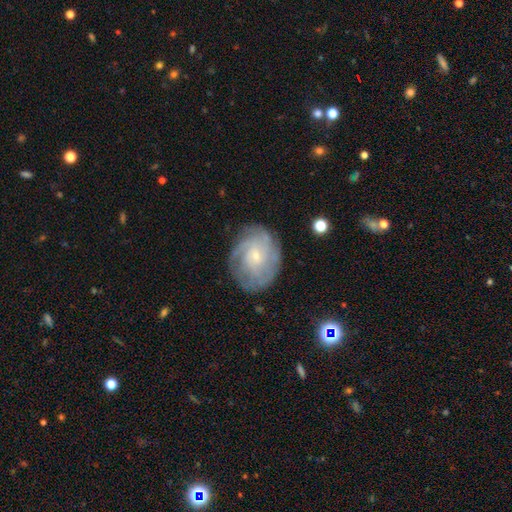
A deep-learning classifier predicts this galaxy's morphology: smooth-or-featured: featured or disk: 74% | smooth: 17% | star or artifact: 8%
  disk-edge-on: no: 97% | yes: 3%
    bar: no: 73% | weak: 23% | strong: 4%
    has-spiral-arms: yes: 91% | no: 9%
      spiral-winding: tight: 63% | medium: 29% | loose: 9%
      spiral-arm-count: can't tell: 42% | 3: 17% | 4: 16% | 2: 13% | more than 4: 7% | 1: 6%
    bulge-size: small: 79% | moderate: 17% | none: 2% | large: 1% | dominant: 1%
  merging: none: 76% | minor disturbance: 16% | major disturbance: 6% | merger: 1%